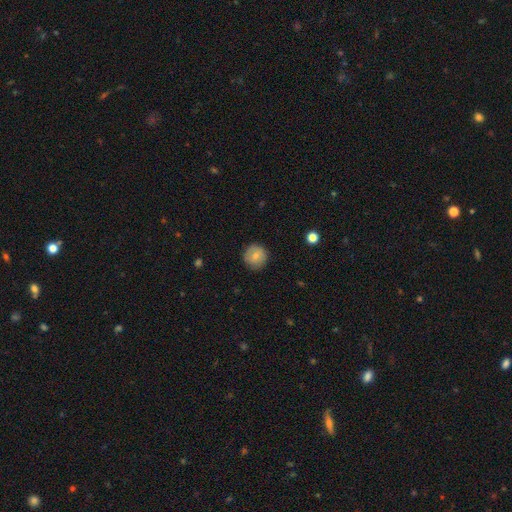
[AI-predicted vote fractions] A smooth galaxy with no disk features (73%) that is round (93%).

Vote fractions:
- Smooth or featured? smooth: 73% / featured or disk: 18% / star or artifact: 8%
- How rounded? round: 93% / in between: 6% / cigar-shaped: 1%
- Merging? none: 86% / minor disturbance: 11% / major disturbance: 2% / merger: 1%